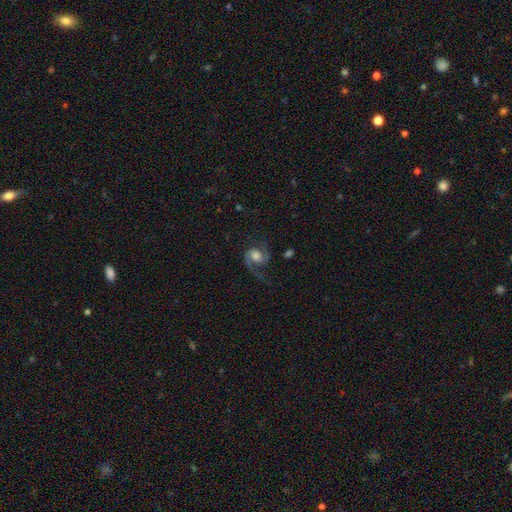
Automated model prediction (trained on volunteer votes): Smooth or featured? featured or disk (79%)
Edge-on disk? no (98%)
Bar? no (60%)
Spiral arms? yes (96%)
Spiral winding? medium (49%)
Spiral arm count? 2 (82%)
Bulge size? moderate (41%)
Merging? none (58%)